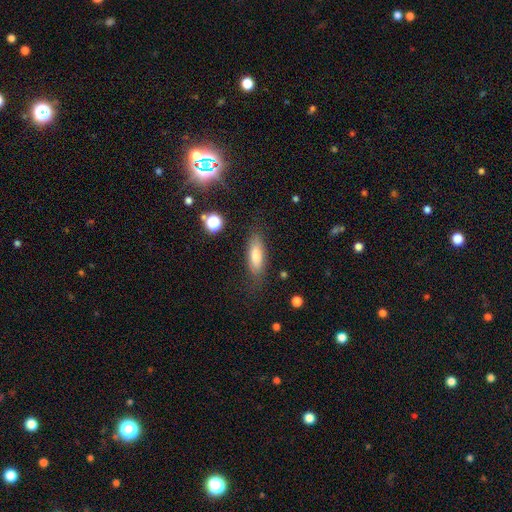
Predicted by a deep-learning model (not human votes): Overall: smooth (75%). How rounded: in between (61%; cigar-shaped 36%). Merging: none (77%).